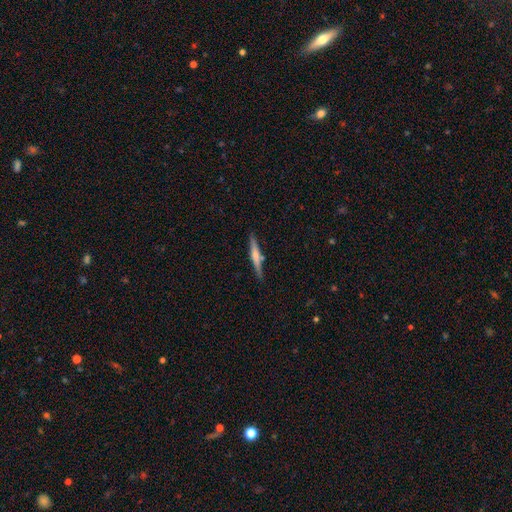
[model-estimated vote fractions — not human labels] smooth-or-featured: featured or disk: 49% | smooth: 46% | star or artifact: 6%
  merging: none: 82% | minor disturbance: 11% | merger: 4% | major disturbance: 2%